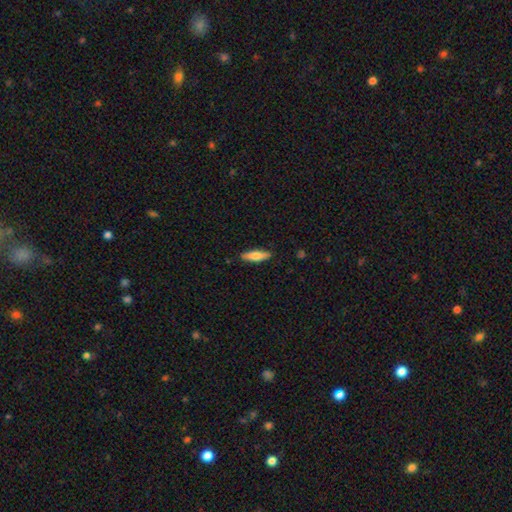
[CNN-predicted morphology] smooth-or-featured: smooth: 71% | featured or disk: 23% | star or artifact: 6%
  how-rounded: cigar-shaped: 62% | in between: 36% | round: 2%
  merging: none: 88% | minor disturbance: 9% | major disturbance: 2% | merger: 1%